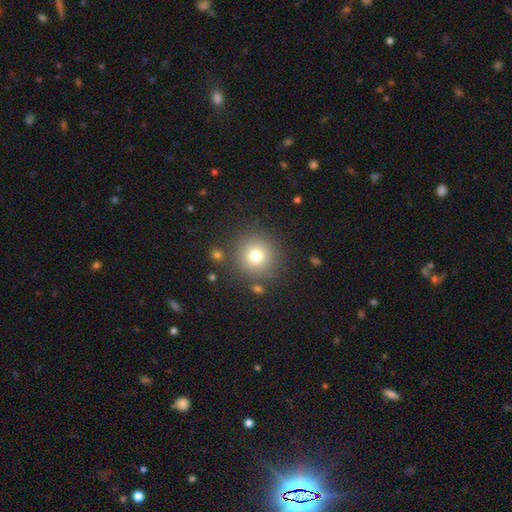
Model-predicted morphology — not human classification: This is likely a smooth galaxy (76%). How rounded: clearly round (94%). Merging: clearly none (85%).